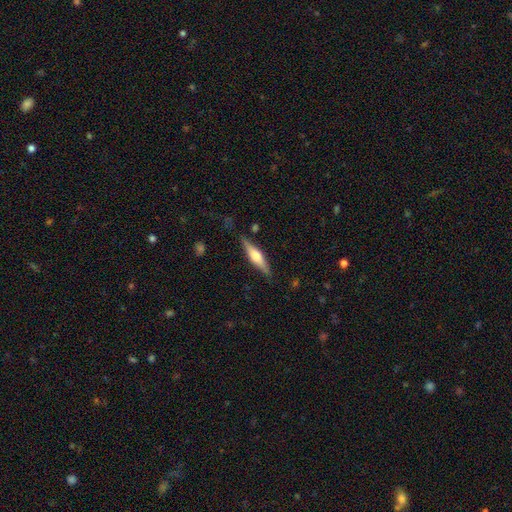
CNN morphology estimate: Overall: featured or disk (59%; smooth 35%). Edge-on disk: yes (96%). Edge-on bulge: rounded (85%). Merging: none (84%).